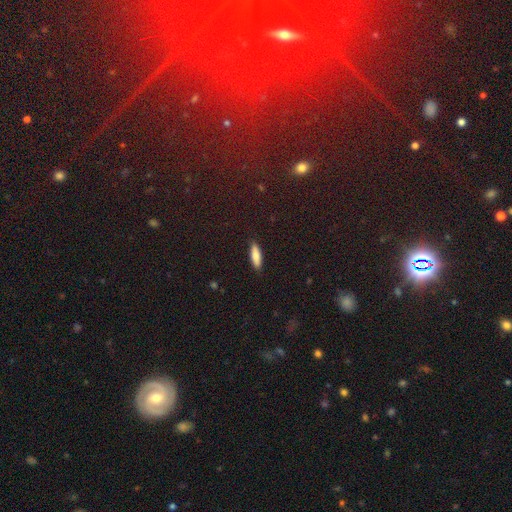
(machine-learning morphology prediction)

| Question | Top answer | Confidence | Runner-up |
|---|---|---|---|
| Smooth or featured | smooth | 79% | featured or disk (14%) |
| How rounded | cigar-shaped | 56% | in between (42%) |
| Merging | none | 88% | minor disturbance (9%) |